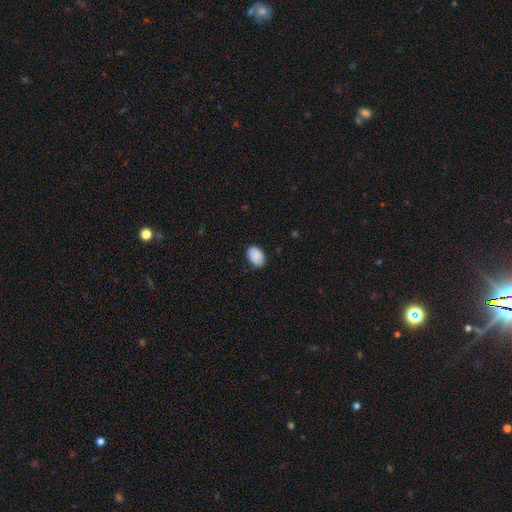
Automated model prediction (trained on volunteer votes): smooth 89%, star or artifact 6%, featured or disk 4%. Down the decision tree: how rounded — in between (86%); merging — none (85%).